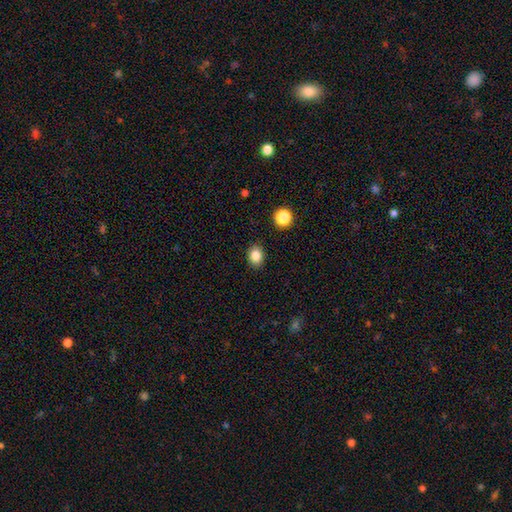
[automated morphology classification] smooth_or_featured: smooth (p=0.84) [alt: star or artifact p=0.11]
how_rounded: in between (p=0.50) [alt: round p=0.49]
merging: none (p=0.88) [alt: minor disturbance p=0.08]